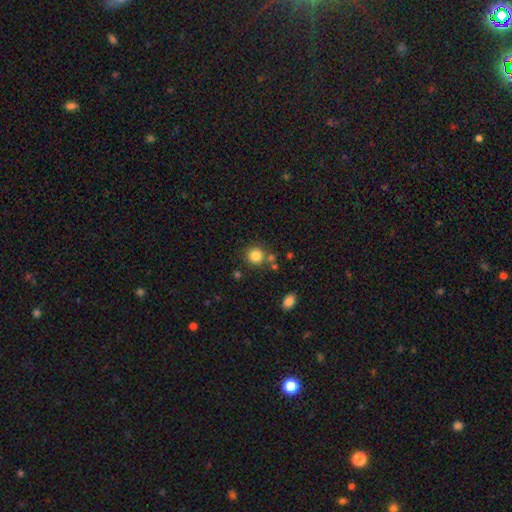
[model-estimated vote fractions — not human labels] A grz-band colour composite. It shows a smooth galaxy with no disk features (82%) that is round (91%). Merging: none (76%).